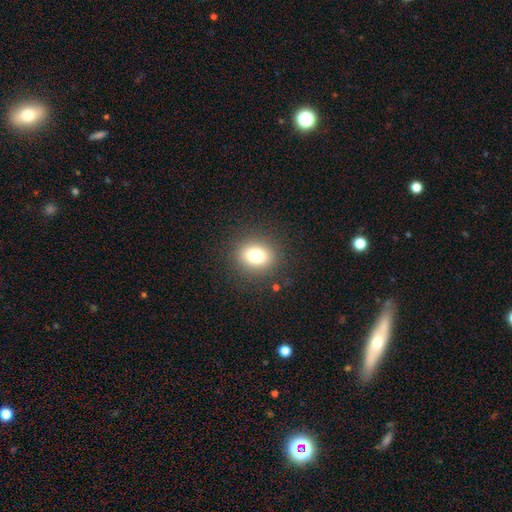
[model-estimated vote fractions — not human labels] Overall: smooth (77%). How rounded: round (62%; in between 37%). Merging: none (87%).